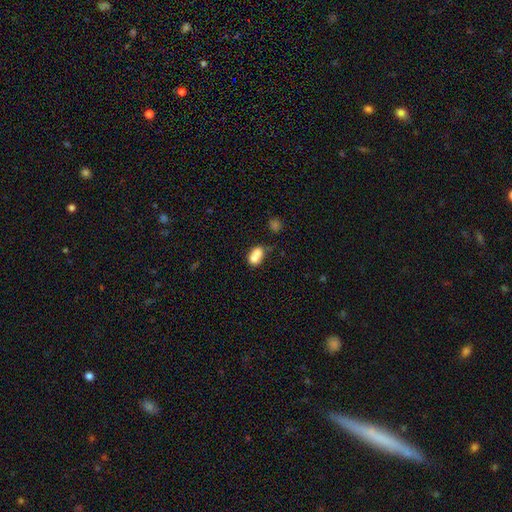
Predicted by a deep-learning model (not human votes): Morphology: type=smooth (69%); roundness=round (53%); merging=merger (69%).